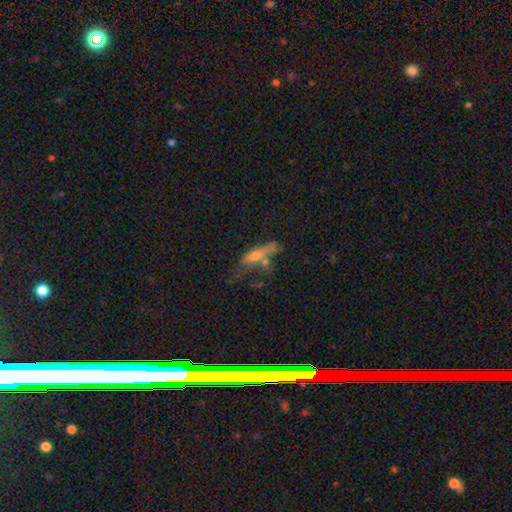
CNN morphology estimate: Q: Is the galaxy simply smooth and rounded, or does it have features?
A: smooth — 46%.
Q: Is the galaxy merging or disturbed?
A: none — 38%.